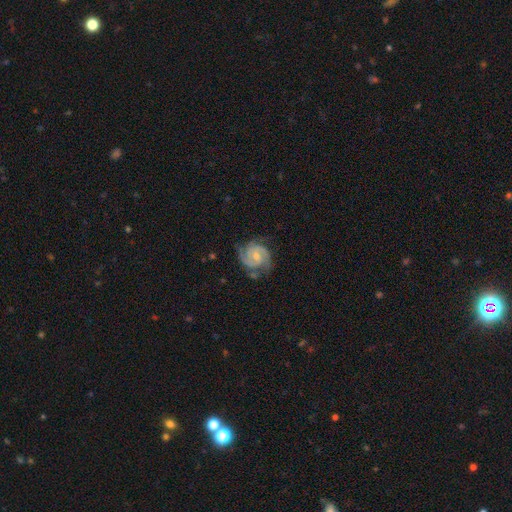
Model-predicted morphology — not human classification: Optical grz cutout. It shows a featured or disk galaxy (87%) with no bar (58%), 2 (57%) tight (56%) spiral arms (98%) and a small central bulge (60%). Merging: none (69%).